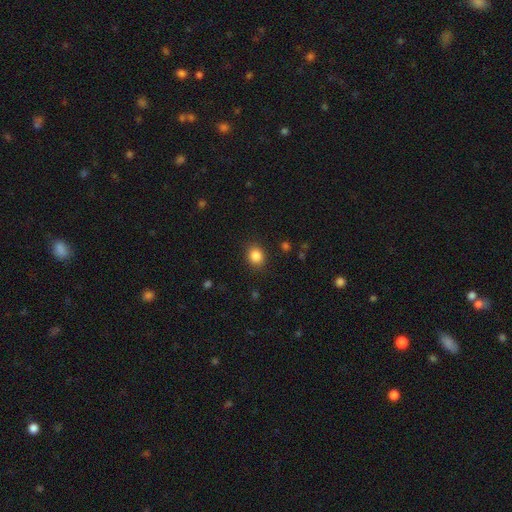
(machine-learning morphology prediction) A smooth galaxy with no disk features (86%) that is round (68%).

Vote fractions:
- Smooth or featured? smooth: 86% / star or artifact: 10% / featured or disk: 4%
- How rounded? round: 68% / in between: 31% / cigar-shaped: 1%
- Merging? none: 88% / minor disturbance: 8% / major disturbance: 3% / merger: 1%